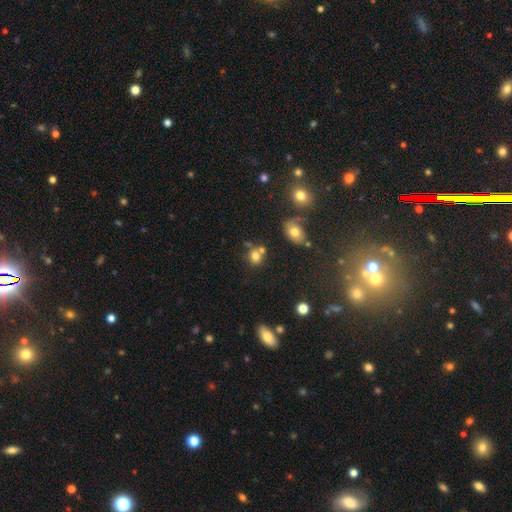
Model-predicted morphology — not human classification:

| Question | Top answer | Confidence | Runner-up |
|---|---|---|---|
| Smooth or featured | smooth | 74% | star or artifact (15%) |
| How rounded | round | 69% | in between (30%) |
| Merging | none | 48% | merger (33%) |